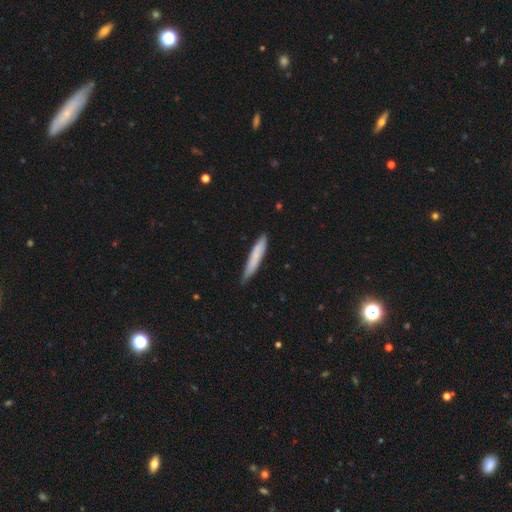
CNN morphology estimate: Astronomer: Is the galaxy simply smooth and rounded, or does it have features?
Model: smooth — 73%.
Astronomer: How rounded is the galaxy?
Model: cigar-shaped — 92%.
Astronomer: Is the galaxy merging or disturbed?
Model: none — 74%.